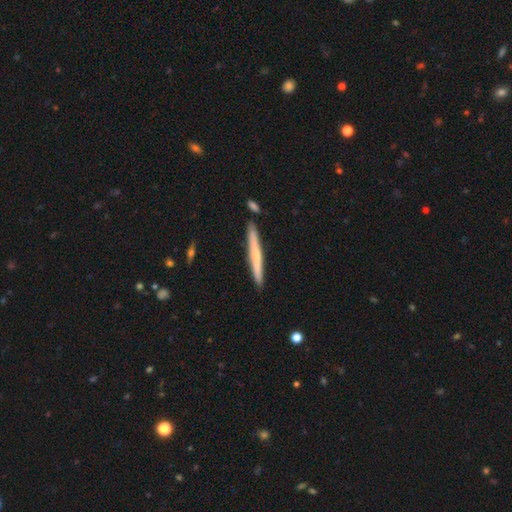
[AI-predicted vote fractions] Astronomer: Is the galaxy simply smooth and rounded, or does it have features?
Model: smooth — 51% (runner-up: featured or disk, 43%).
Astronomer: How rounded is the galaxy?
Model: cigar-shaped — 97%.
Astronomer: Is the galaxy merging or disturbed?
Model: none — 88%.